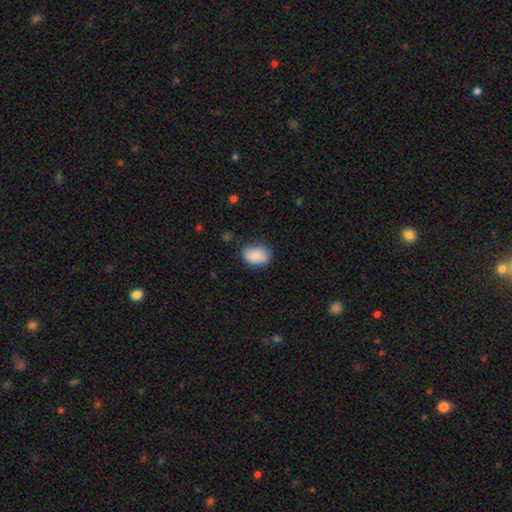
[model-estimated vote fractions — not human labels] Overall: smooth (84%). How rounded: in between (76%). Merging: none (67%).